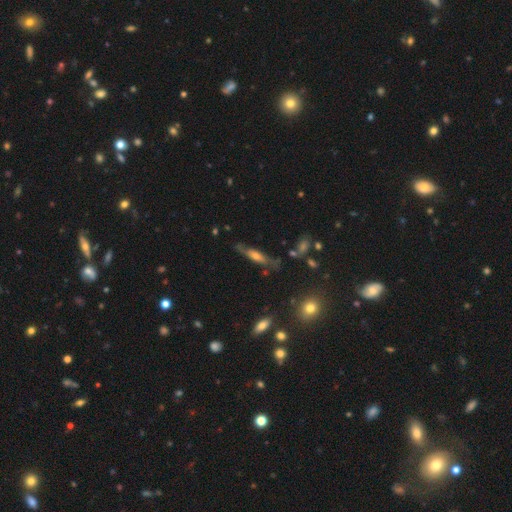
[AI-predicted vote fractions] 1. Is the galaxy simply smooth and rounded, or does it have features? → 54% featured or disk, 34% smooth, 12% star or artifact.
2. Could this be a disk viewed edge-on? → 77% yes, 23% no.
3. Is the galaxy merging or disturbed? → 67% none, 20% minor disturbance, 8% major disturbance, 4% merger.